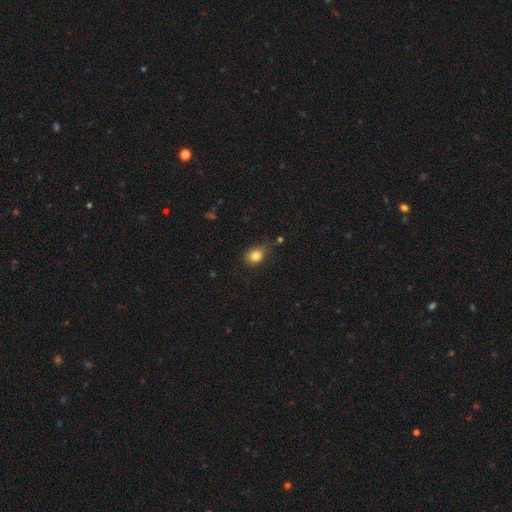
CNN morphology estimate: Smooth or featured?
  - smooth: 82% *
  - star or artifact: 11%
  - featured or disk: 7%
How rounded?
  - round: 50% *
  - in between: 49%
  - cigar-shaped: 1%
Merging?
  - none: 58% *
  - minor disturbance: 30%
  - major disturbance: 8%
  - merger: 4%